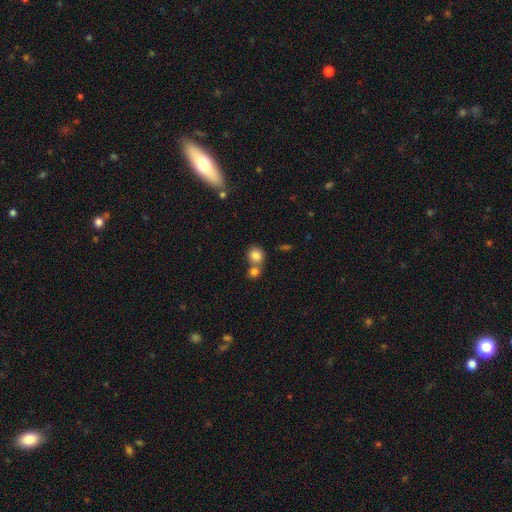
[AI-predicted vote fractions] Smooth or featured? smooth (83%)
How rounded? round (81%)
Merging? none (46%)